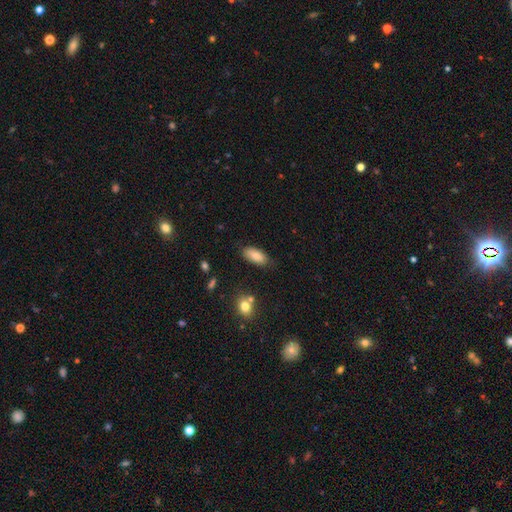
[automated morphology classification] Smooth or featured? Predicted: smooth (p=0.83). How rounded? Predicted: in between (p=0.89). Merging? Predicted: none (p=0.77).